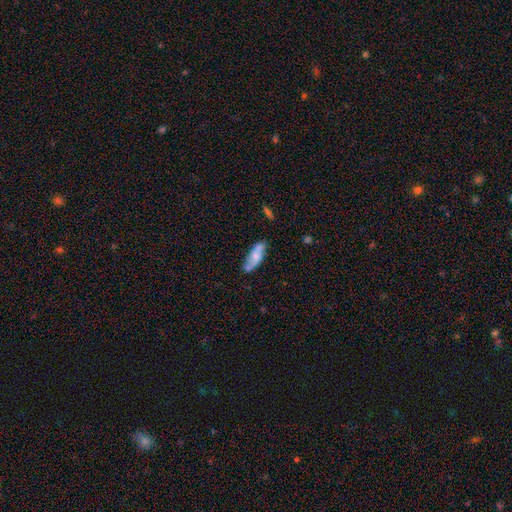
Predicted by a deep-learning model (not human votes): A smooth galaxy with no disk features (53%) that is in between round and cigar-shaped (59%).

Vote fractions:
- Smooth or featured? smooth: 53% / featured or disk: 40% / star or artifact: 7%
- How rounded? in between: 59% / cigar-shaped: 38% / round: 3%
- Merging? none: 62% / minor disturbance: 23% / merger: 9% / major disturbance: 6%